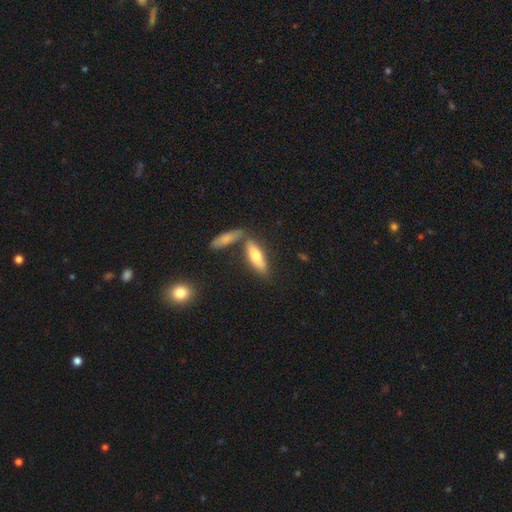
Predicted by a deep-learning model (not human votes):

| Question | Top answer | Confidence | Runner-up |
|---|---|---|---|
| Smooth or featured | smooth | 65% | featured or disk (28%) |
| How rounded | cigar-shaped | 52% | in between (45%) |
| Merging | none | 63% | merger (21%) |